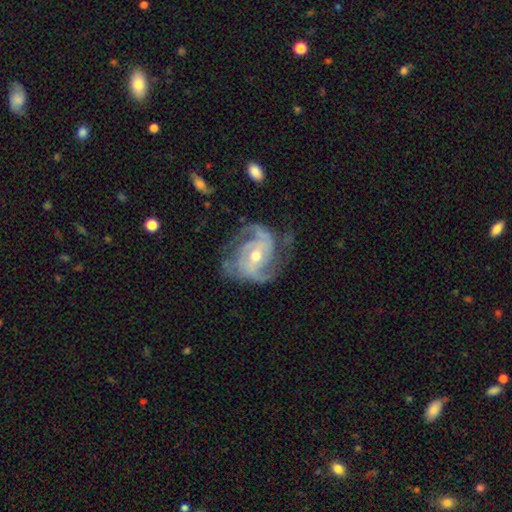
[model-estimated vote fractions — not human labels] Smooth or featured? featured or disk (90%)
Edge-on disk? no (97%)
Bar? weak (41%)
Spiral arms? yes (96%)
Spiral winding? medium (47%)
Spiral arm count? 2 (52%)
Bulge size? moderate (57%)
Merging? none (63%)